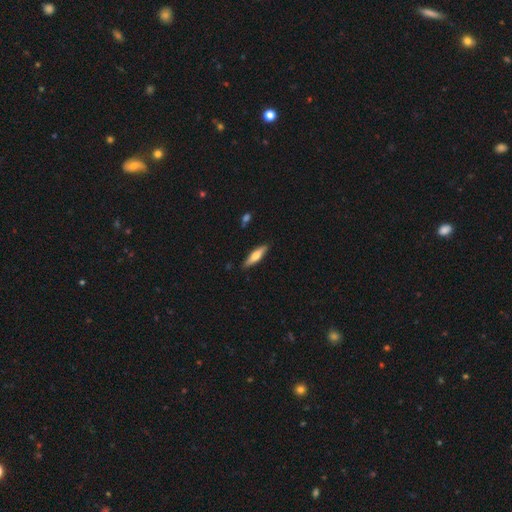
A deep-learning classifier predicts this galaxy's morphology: A smooth galaxy with no disk features (59%) that is cigar-shaped (69%).

Vote fractions:
- Smooth or featured? smooth: 59% / featured or disk: 36% / star or artifact: 6%
- How rounded? cigar-shaped: 69% / in between: 29% / round: 2%
- Merging? none: 87% / minor disturbance: 10% / major disturbance: 2% / merger: 1%